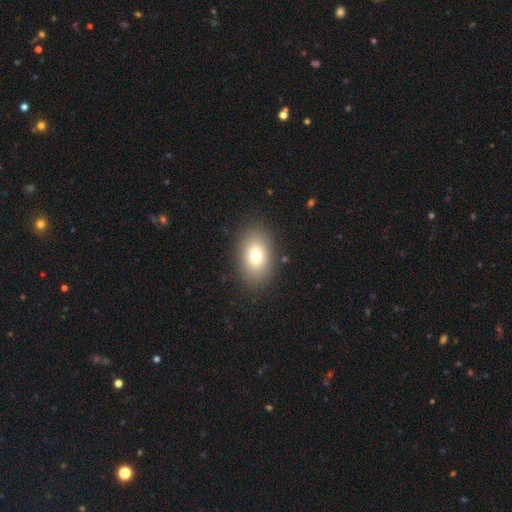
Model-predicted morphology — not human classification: Q: Smooth or featured?
A: smooth (75%); runner-up: featured or disk (15%)
Q: How rounded?
A: in between (84%); runner-up: round (14%)
Q: Merging?
A: none (87%); runner-up: minor disturbance (9%)